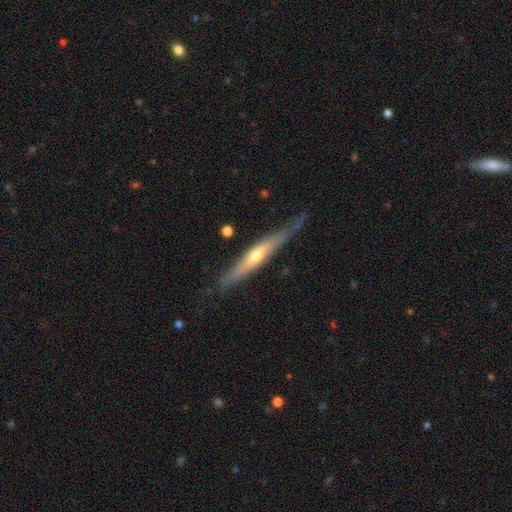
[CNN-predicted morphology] Smooth or featured: featured or disk — 68% (smooth — 26%)
Edge-on disk: yes — 90% (no — 10%)
Edge-on bulge: rounded — 76% (none — 20%)
Merging: none — 69% (minor disturbance — 24%)